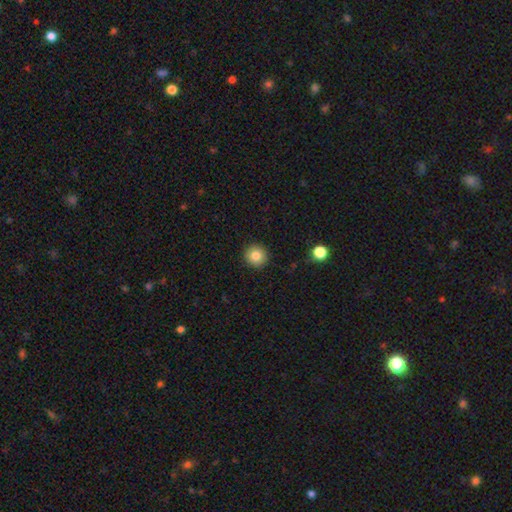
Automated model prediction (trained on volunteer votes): Smooth or featured? smooth (83%)
How rounded? round (94%)
Merging? none (92%)